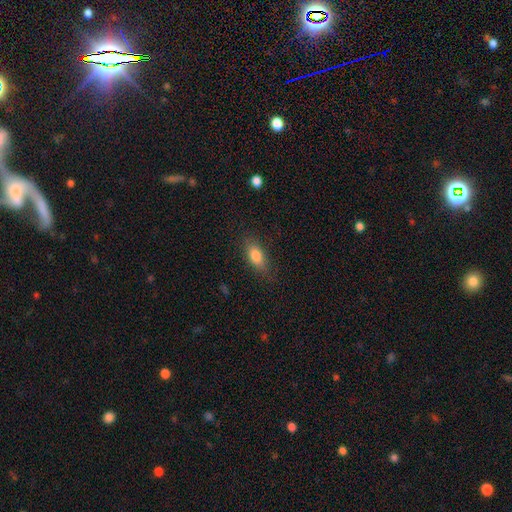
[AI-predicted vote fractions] Smooth or featured? Predicted: smooth (p=0.80). How rounded? Predicted: in between (p=0.82). Merging? Predicted: none (p=0.79).